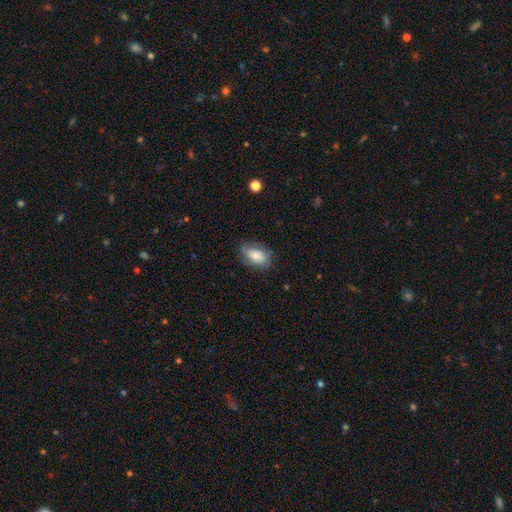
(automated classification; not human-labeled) This is likely a smooth galaxy (63%). How rounded: clearly in between (86%). Merging: likely none (69%).